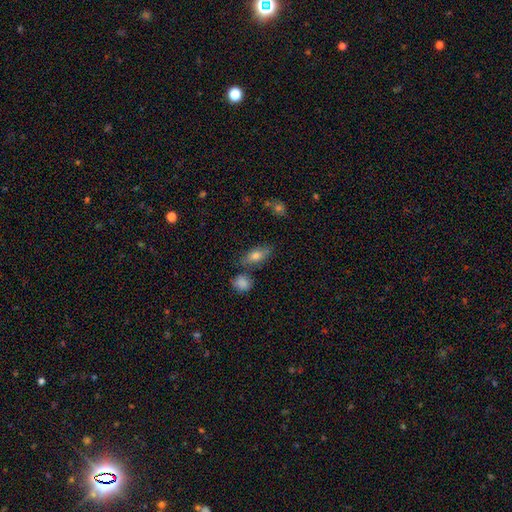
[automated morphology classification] This appears to be a smooth galaxy with no disk features (72%) that is in between round and cigar-shaped (75%). Merging: none (70%).